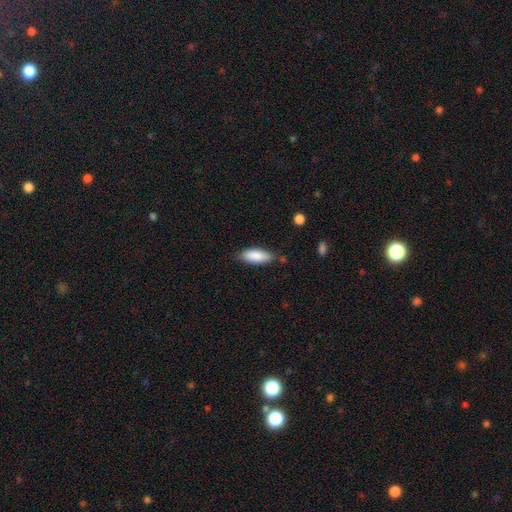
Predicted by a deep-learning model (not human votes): Morphology: type=smooth (86%); roundness=in between (75%); merging=none (76%).